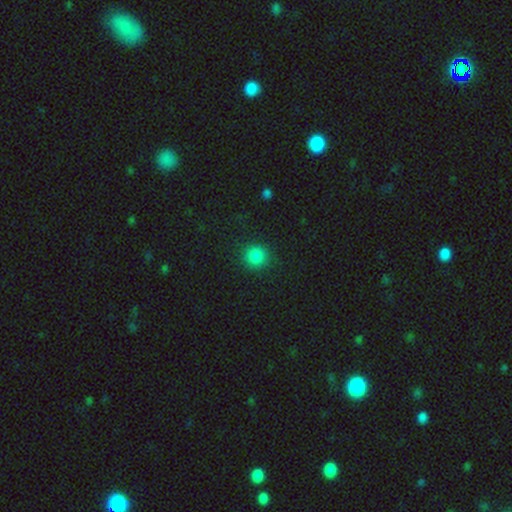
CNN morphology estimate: smooth-or-featured: smooth: 83% | star or artifact: 13% | featured or disk: 4%
  how-rounded: round: 91% | in between: 8% | cigar-shaped: 1%
  merging: none: 89% | minor disturbance: 7% | major disturbance: 3% | merger: 1%